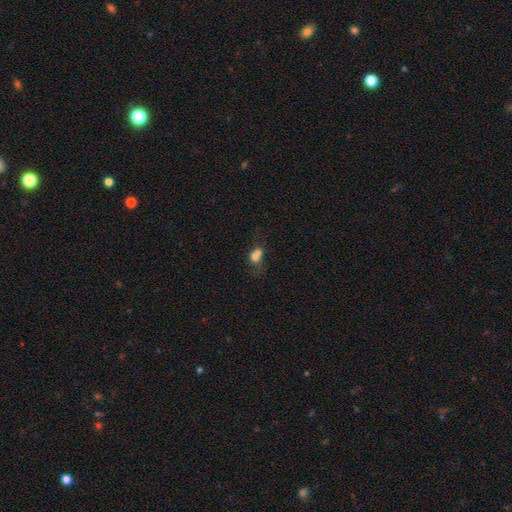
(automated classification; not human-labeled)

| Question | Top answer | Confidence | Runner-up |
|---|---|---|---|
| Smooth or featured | smooth | 66% | featured or disk (20%) |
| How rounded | round | 59% | in between (39%) |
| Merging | merger | 64% | none (21%) |